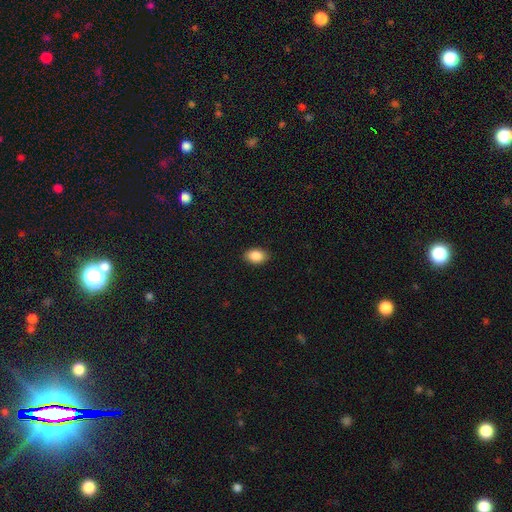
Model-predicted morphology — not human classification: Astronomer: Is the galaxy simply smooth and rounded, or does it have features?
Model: smooth — 88%.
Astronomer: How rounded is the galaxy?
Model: in between — 86%.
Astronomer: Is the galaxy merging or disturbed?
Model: none — 89%.